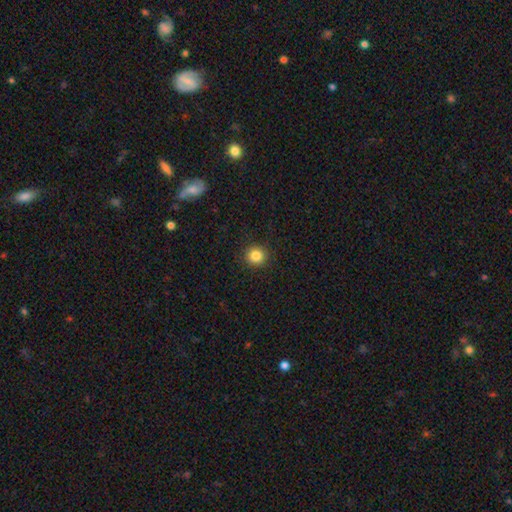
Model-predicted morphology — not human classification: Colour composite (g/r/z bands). It shows a smooth galaxy with no disk features (84%) that is round (93%). Merging: none (91%).